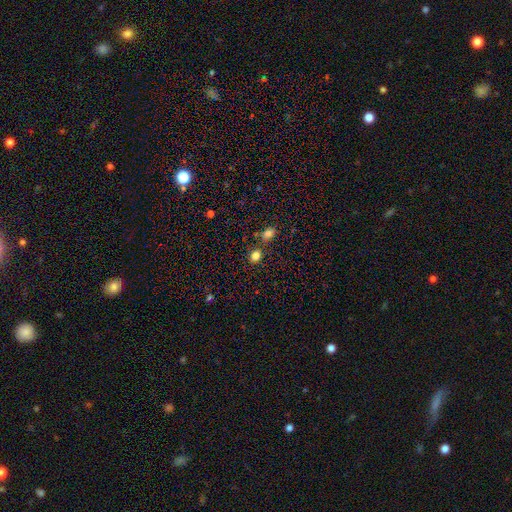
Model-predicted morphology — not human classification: A smooth galaxy with no disk features (81%) that is round (52%). Merging: none (71%).